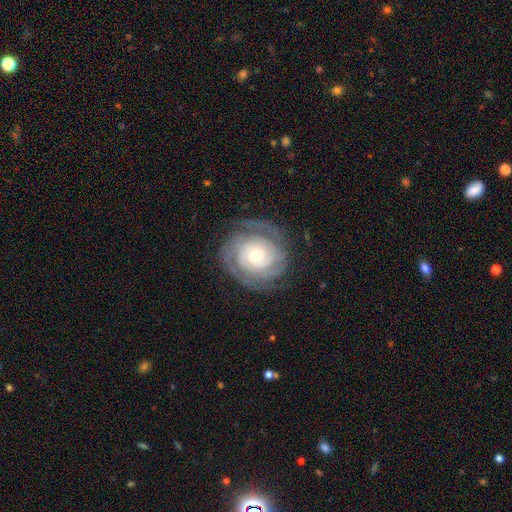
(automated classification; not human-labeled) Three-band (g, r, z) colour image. It shows a featured or disk galaxy (85%) with no bar (76%), 2 (31%) tight (78%) spiral arms (96%) and a small central bulge (47%). Merging: none (79%).